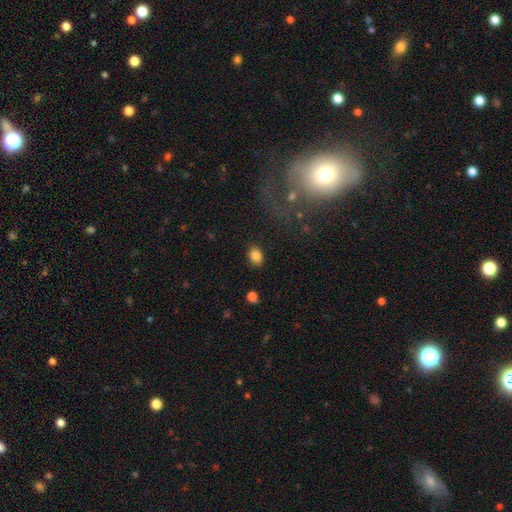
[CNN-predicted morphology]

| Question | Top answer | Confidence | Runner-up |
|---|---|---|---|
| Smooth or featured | smooth | 85% | star or artifact (9%) |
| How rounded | in between | 71% | round (28%) |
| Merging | none | 86% | minor disturbance (10%) |